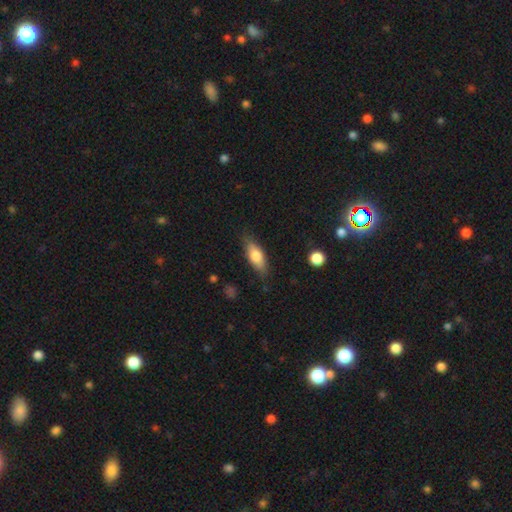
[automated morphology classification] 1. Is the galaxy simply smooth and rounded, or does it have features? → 69% smooth, 24% featured or disk, 6% star or artifact.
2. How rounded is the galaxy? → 69% in between, 28% cigar-shaped, 3% round.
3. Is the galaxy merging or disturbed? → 80% none, 16% minor disturbance, 3% major disturbance, 1% merger.